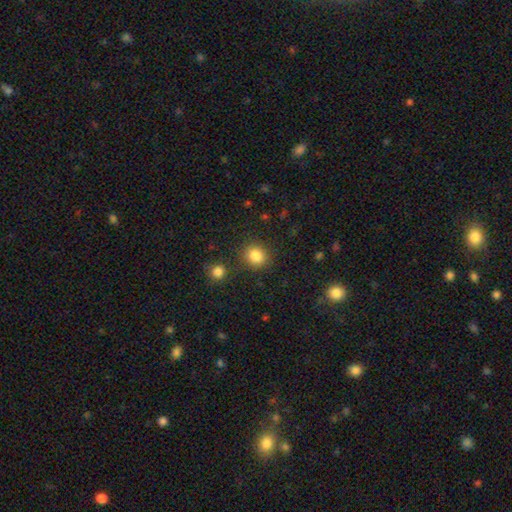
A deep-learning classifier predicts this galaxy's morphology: smooth_or_featured: smooth (p=0.85) [alt: star or artifact p=0.11]
how_rounded: round (p=0.80) [alt: in between p=0.19]
merging: none (p=0.84) [alt: minor disturbance p=0.08]